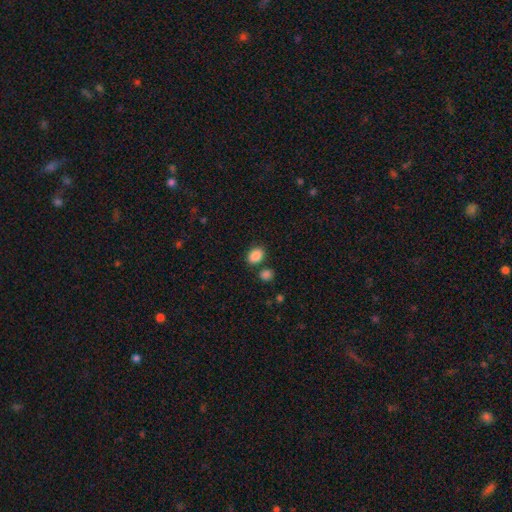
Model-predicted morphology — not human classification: Smooth or featured? Predicted: smooth (p=0.87). How rounded? Predicted: in between (p=0.70). Merging? Predicted: none (p=0.73).